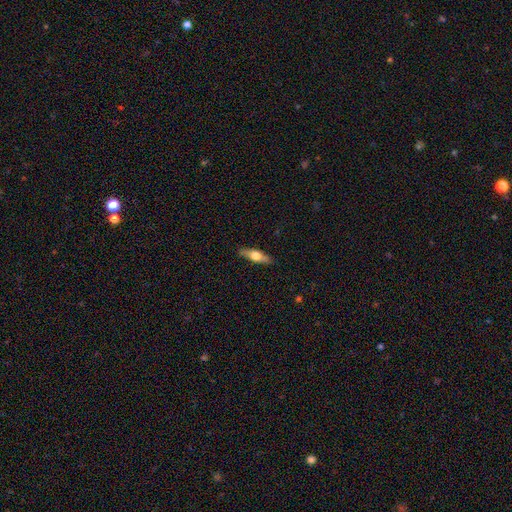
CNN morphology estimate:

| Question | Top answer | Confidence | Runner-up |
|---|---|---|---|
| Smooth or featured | smooth | 48% | featured or disk (46%) |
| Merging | none | 88% | minor disturbance (9%) |